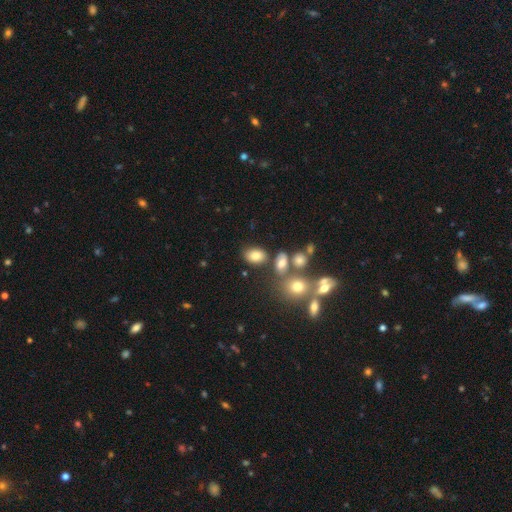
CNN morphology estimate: This is likely a smooth galaxy (79%). How rounded: clearly in between (80%). Merging: likely none (70%).